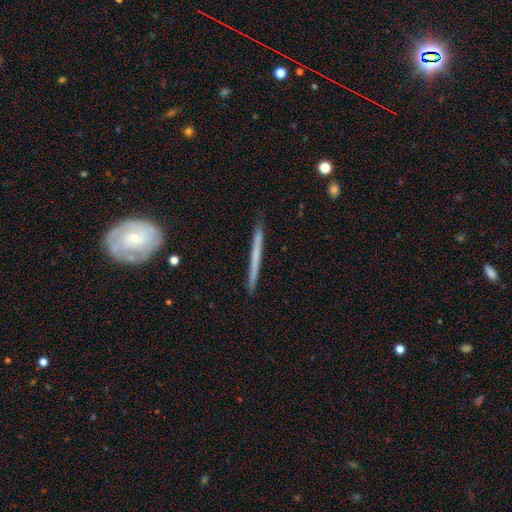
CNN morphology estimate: A featured or disk galaxy (53%) viewed edge-on (94%). Merging: none (87%).